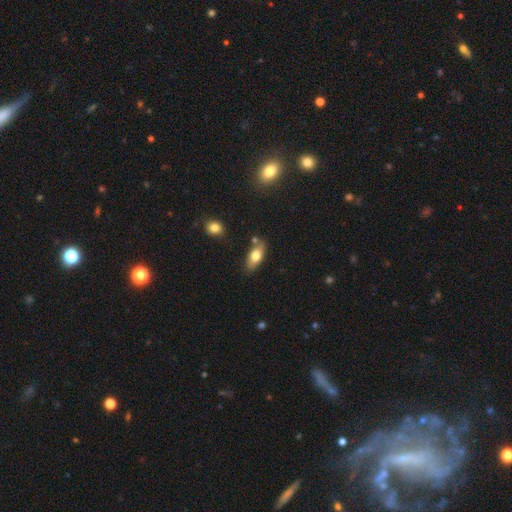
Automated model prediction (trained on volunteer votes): Smooth or featured: smooth — 70% (featured or disk — 23%)
How rounded: in between — 83% (cigar-shaped — 13%)
Merging: none — 76% (minor disturbance — 14%)